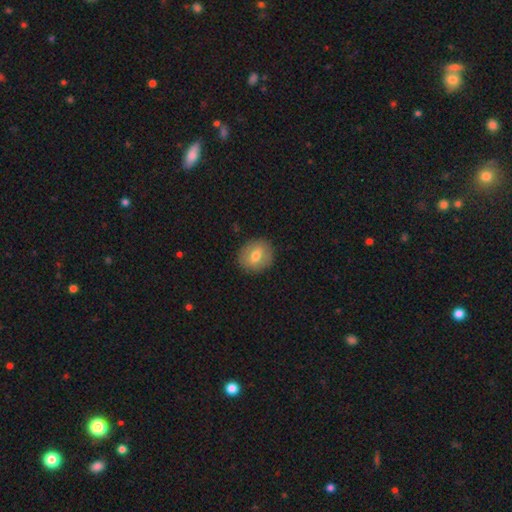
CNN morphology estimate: type=smooth (69%); roundness=round (79%); merging=none (88%).